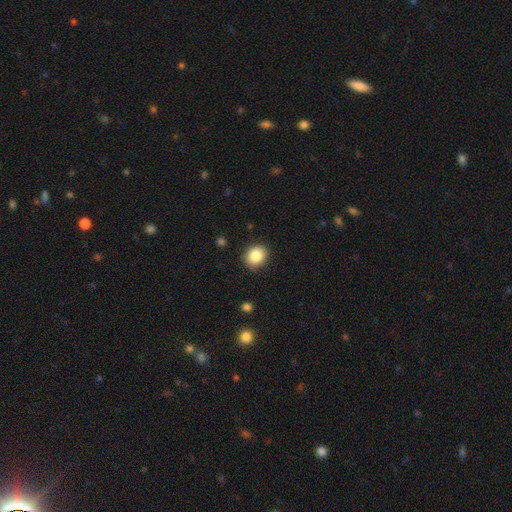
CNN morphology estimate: Smooth or featured?
  - smooth: 86% *
  - star or artifact: 9%
  - featured or disk: 5%
How rounded?
  - round: 67% *
  - in between: 33%
  - cigar-shaped: 1%
Merging?
  - none: 87% *
  - minor disturbance: 9%
  - major disturbance: 2%
  - merger: 1%